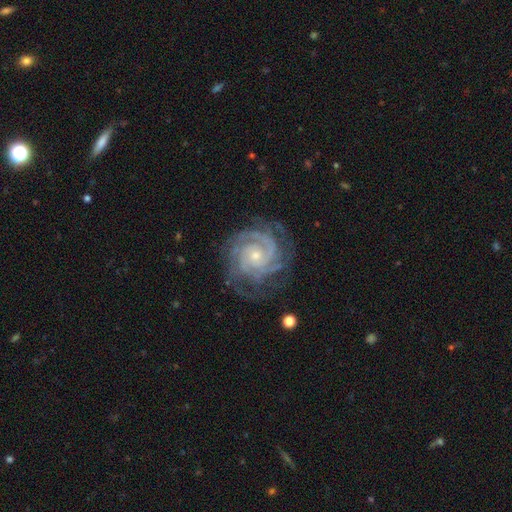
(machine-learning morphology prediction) smooth_or_featured: featured or disk (p=0.91) [alt: star or artifact p=0.05]
disk_edge_on: no (p=0.98) [alt: yes p=0.02]
bar: no (p=0.75) [alt: weak p=0.19]
has_spiral_arms: yes (p=0.98) [alt: no p=0.02]
spiral_winding: tight (p=0.78) [alt: medium p=0.20]
spiral_arm_count: 3 (p=0.30) [alt: 2 p=0.22]
bulge_size: small (p=0.70) [alt: moderate p=0.26]
merging: none (p=0.76) [alt: minor disturbance p=0.16]